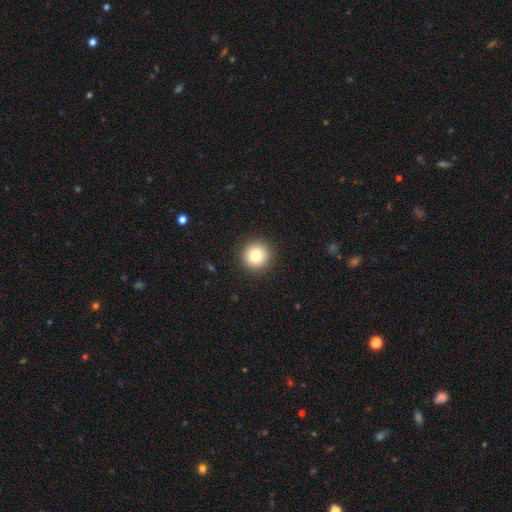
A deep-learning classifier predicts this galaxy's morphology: type=smooth (80%); roundness=round (96%); merging=none (92%).